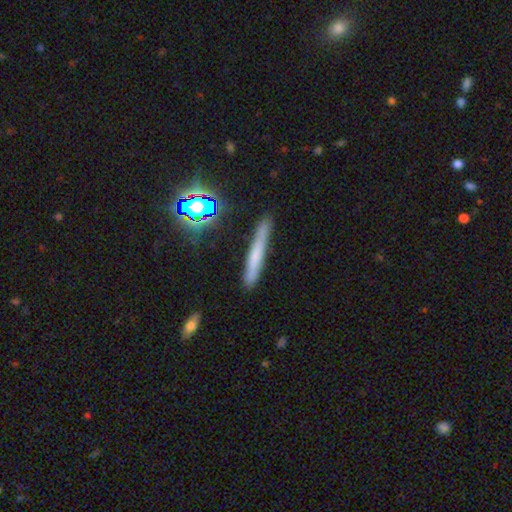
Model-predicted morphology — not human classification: smooth 55%, featured or disk 31%, star or artifact 14%. Down the decision tree: how rounded — cigar-shaped (94%); merging — none (80%).